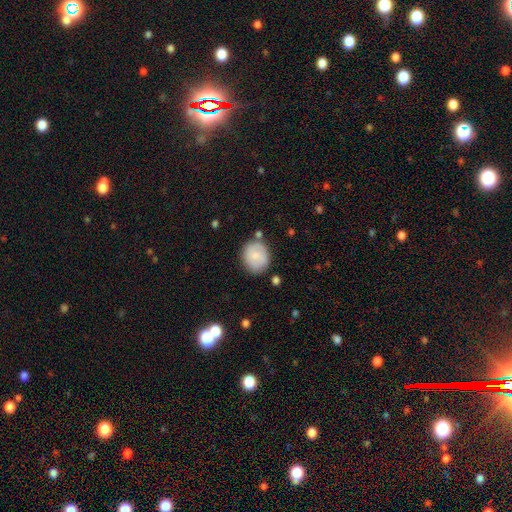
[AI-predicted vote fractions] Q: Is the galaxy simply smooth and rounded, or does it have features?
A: smooth — 78%.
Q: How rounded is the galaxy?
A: round — 68%.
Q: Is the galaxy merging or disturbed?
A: none — 76%.